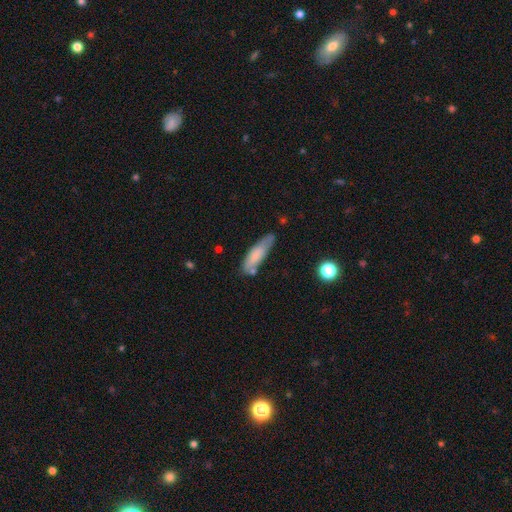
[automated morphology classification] This is likely a smooth galaxy (73%). How rounded: likely cigar-shaped (66%). Merging: likely none (66%).